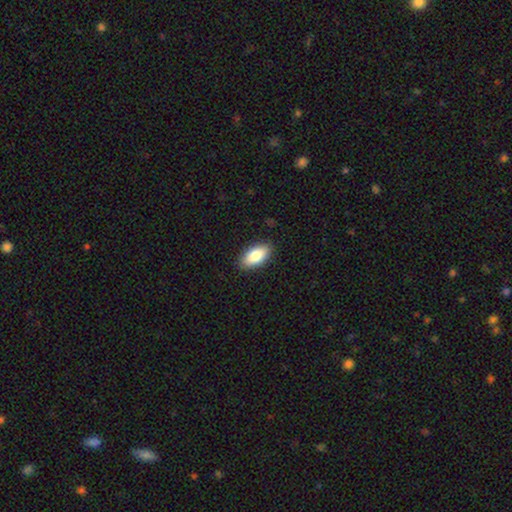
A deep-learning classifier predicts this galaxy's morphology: This is clearly a smooth galaxy (82%). How rounded: clearly in between (92%). Merging: clearly none (89%).